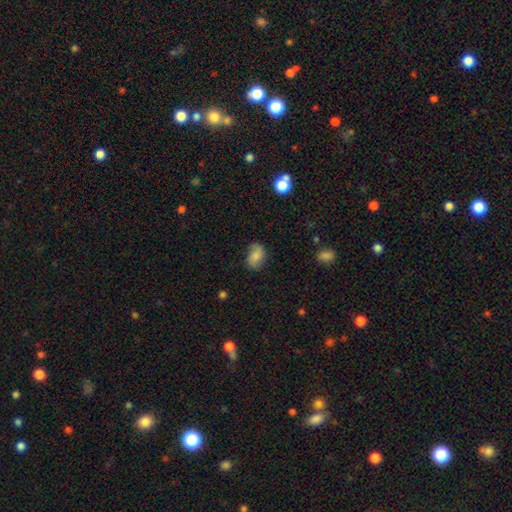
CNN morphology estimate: Smooth or featured? smooth (80%)
How rounded? in between (86%)
Merging? none (67%)